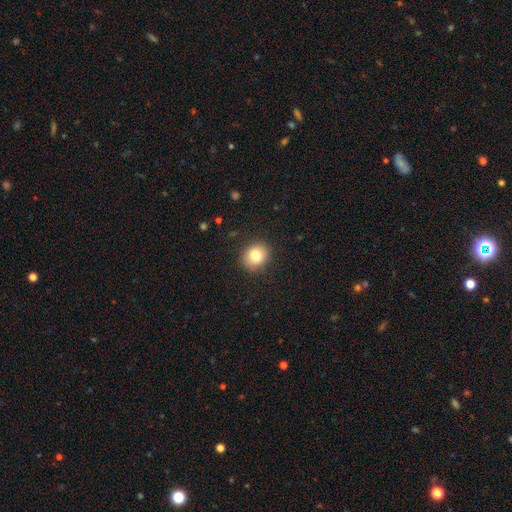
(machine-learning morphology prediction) This is clearly a smooth galaxy (82%). How rounded: likely round (67%). Merging: clearly none (88%).